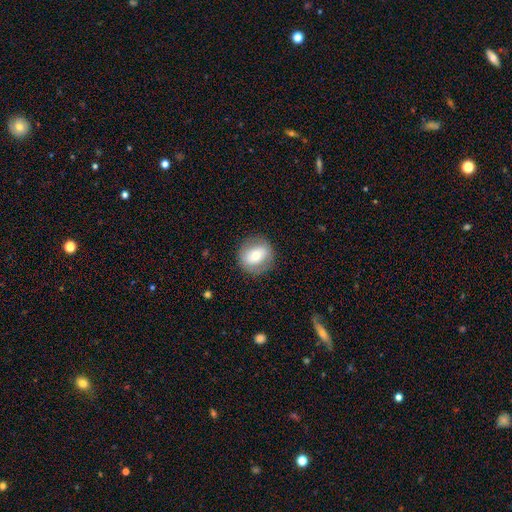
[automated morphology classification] This appears to be a smooth galaxy with no disk features (60%) that is round (81%). Merging: none (84%).